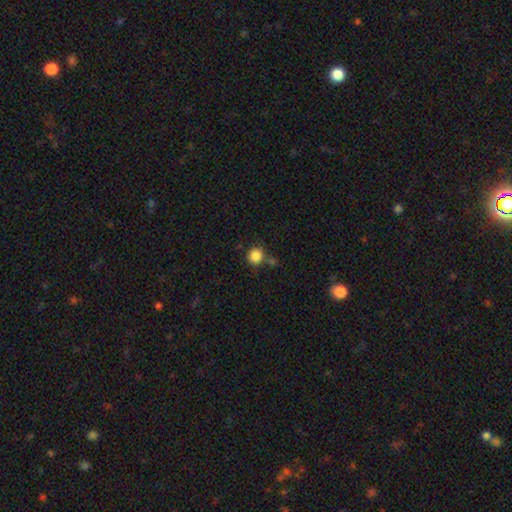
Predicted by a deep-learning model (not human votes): This appears to be a smooth galaxy with no disk features (86%) that is round (87%). Merging: none (73%).